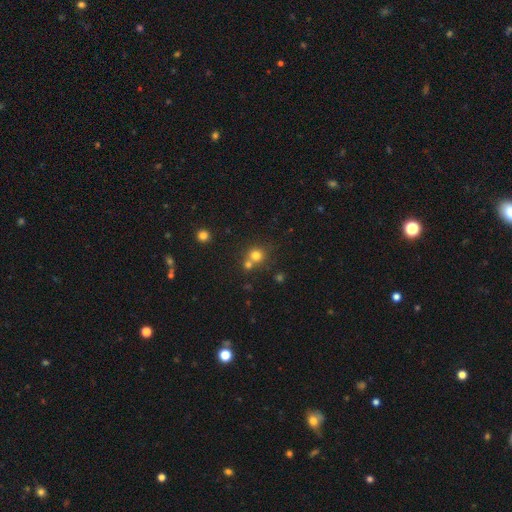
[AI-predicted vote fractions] The model was most divided on "merging": none: 53%, merger: 38%, minor disturbance: 7%, major disturbance: 3%. More confident: how rounded — round (88%); smooth or featured — smooth (76%).